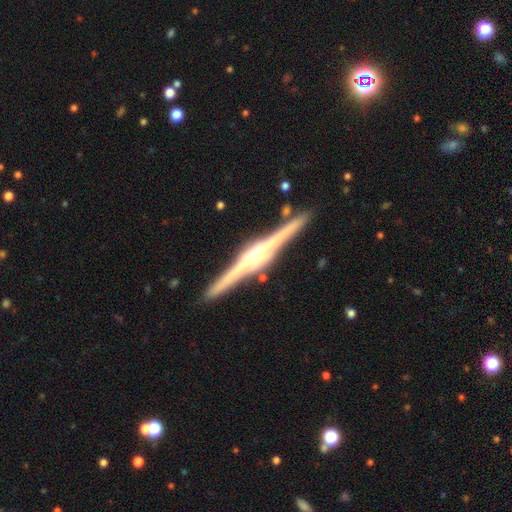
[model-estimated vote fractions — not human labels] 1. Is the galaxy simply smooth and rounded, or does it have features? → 89% featured or disk, 6% smooth, 4% star or artifact.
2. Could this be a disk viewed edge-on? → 99% yes, 1% no.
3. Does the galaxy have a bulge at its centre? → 68% rounded, 26% boxy, 6% none.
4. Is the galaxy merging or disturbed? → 91% none, 6% minor disturbance, 1% merger, 1% major disturbance.